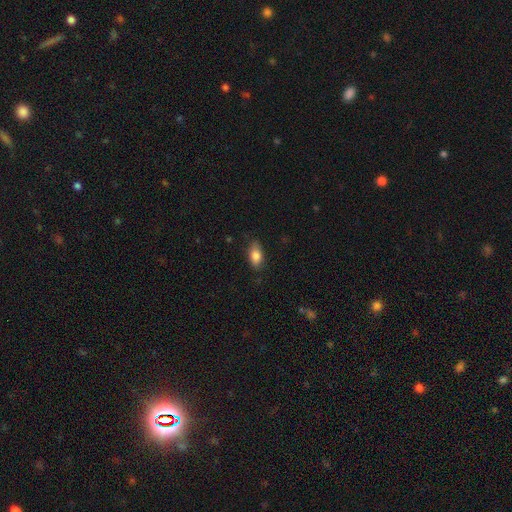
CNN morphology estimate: A smooth galaxy with no disk features (84%) that is in between round and cigar-shaped (88%). Merging: none (79%).